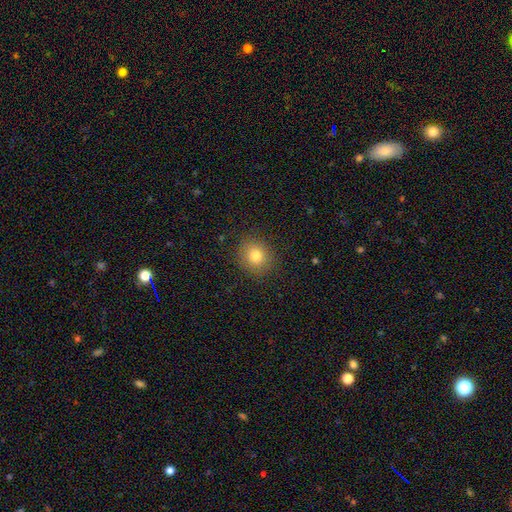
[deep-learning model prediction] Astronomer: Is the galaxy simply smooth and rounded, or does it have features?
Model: smooth — 79%.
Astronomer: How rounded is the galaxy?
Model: round — 80%.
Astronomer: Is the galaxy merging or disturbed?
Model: none — 88%.